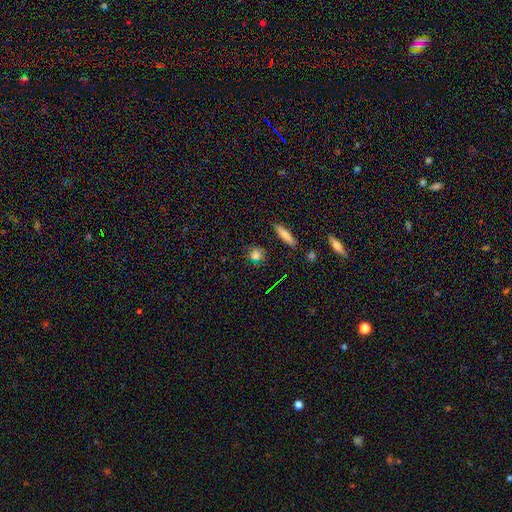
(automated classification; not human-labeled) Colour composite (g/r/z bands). It shows a smooth galaxy with no disk features (74%) that is round (72%). Merging: none (84%).